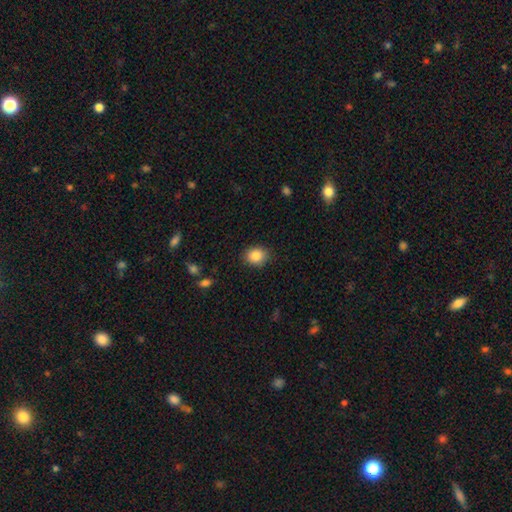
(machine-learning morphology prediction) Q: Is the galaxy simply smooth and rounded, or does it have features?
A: smooth — 86%.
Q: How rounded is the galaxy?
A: round — 60%.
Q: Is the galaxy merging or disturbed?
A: none — 86%.